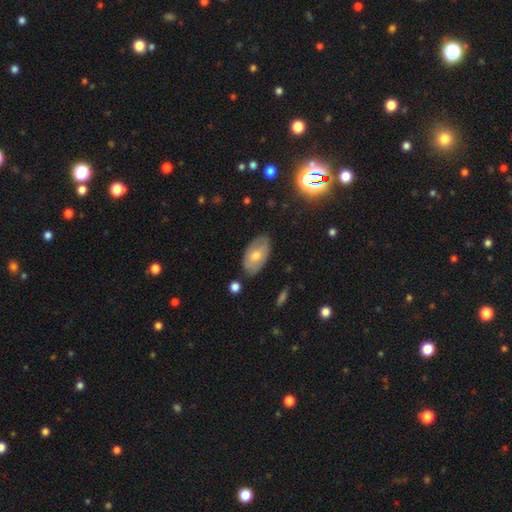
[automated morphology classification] type=smooth (57%); roundness=in between (93%); merging=none (79%).